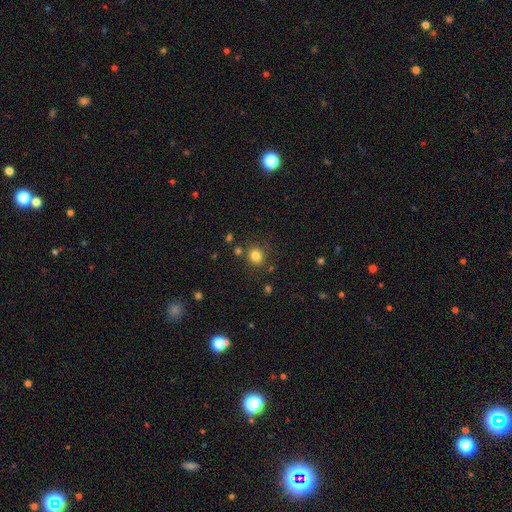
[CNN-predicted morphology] The model was most divided on "how rounded": round: 83%, in between: 16%, cigar-shaped: 1%. More confident: smooth or featured — smooth (81%); merging — none (80%).